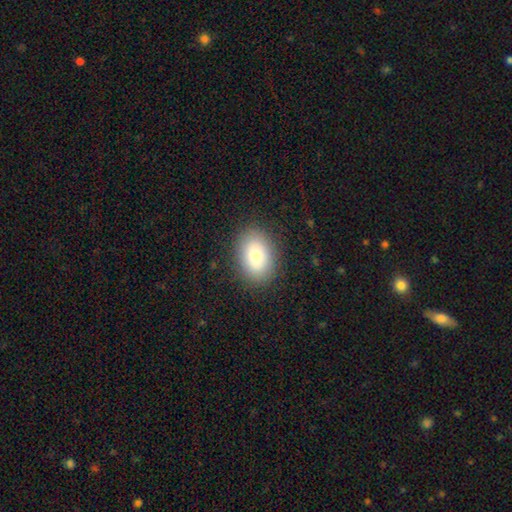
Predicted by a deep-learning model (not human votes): Morphology: type=smooth (75%); roundness=in between (73%); merging=none (86%).